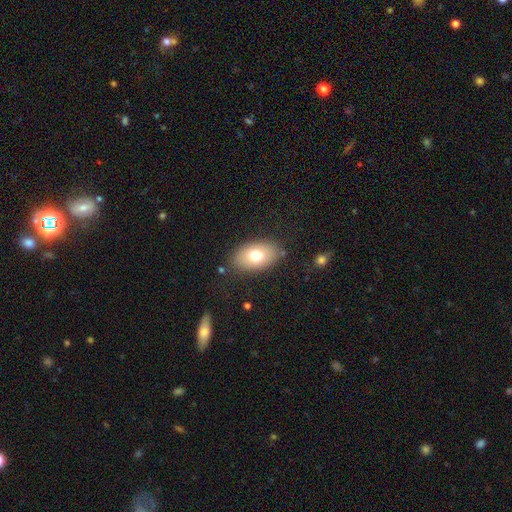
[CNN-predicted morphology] Q: Smooth or featured?
A: smooth (72%); runner-up: featured or disk (20%)
Q: How rounded?
A: in between (90%); runner-up: round (8%)
Q: Merging?
A: none (82%); runner-up: minor disturbance (12%)